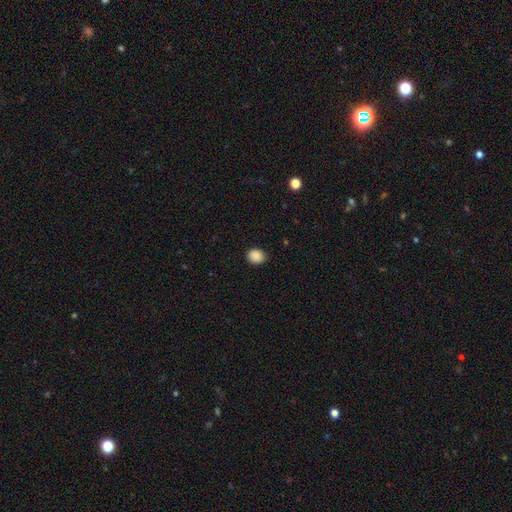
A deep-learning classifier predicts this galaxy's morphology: Overall: smooth (88%). How rounded: round (64%; in between 35%). Merging: none (85%).